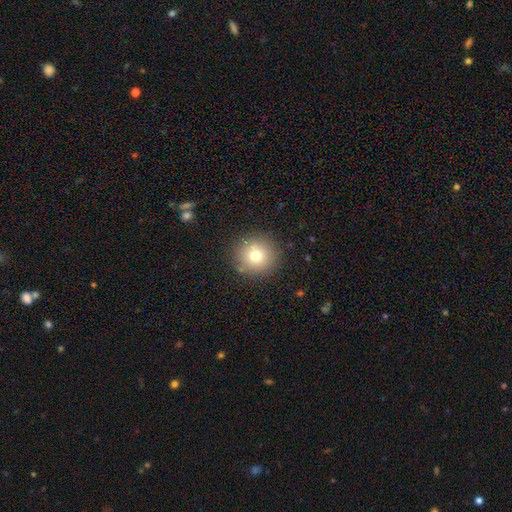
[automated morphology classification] Smooth or featured: smooth — 74% (star or artifact — 14%)
How rounded: round — 94% (in between — 5%)
Merging: none — 88% (minor disturbance — 7%)